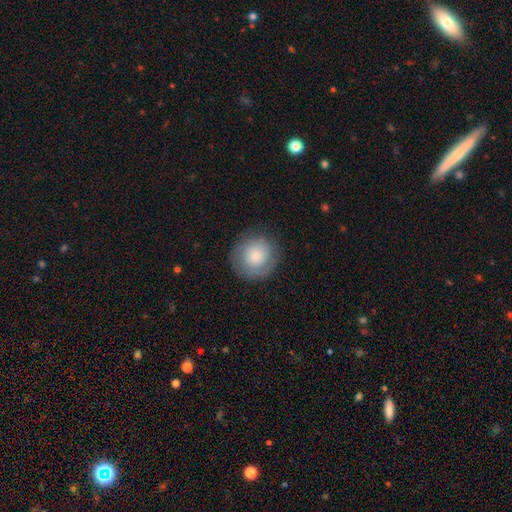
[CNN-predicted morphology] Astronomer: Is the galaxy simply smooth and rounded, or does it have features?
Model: smooth — 71%.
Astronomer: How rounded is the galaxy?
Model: round — 93%.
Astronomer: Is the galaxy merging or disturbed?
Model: none — 84%.